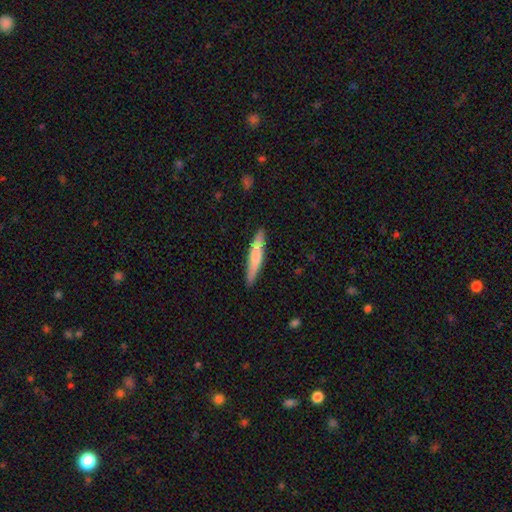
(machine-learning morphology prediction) A smooth galaxy with no disk features (66%) that is cigar-shaped (92%). Merging: none (88%).